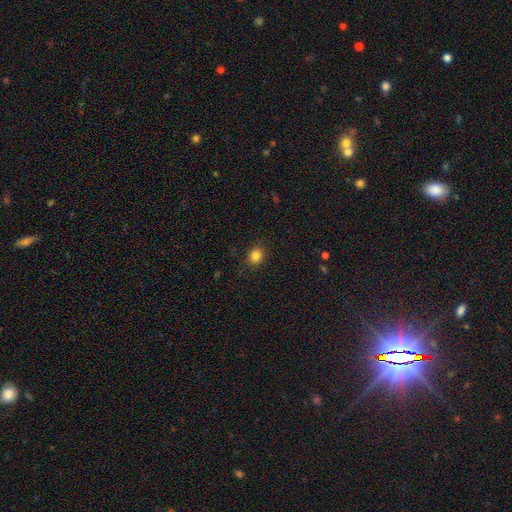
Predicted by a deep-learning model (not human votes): smooth_or_featured: smooth (p=0.84) [alt: star or artifact p=0.11]
how_rounded: round (p=0.62) [alt: in between p=0.37]
merging: none (p=0.88) [alt: minor disturbance p=0.08]